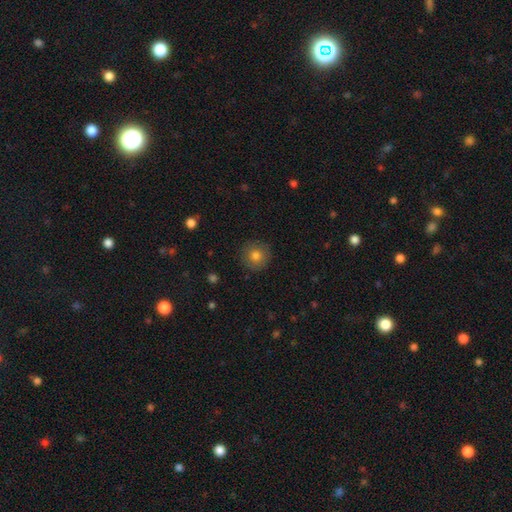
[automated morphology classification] smooth-or-featured: smooth: 80% | star or artifact: 10% | featured or disk: 10%
  how-rounded: round: 94% | in between: 5% | cigar-shaped: 1%
  merging: none: 89% | minor disturbance: 8% | major disturbance: 2% | merger: 1%